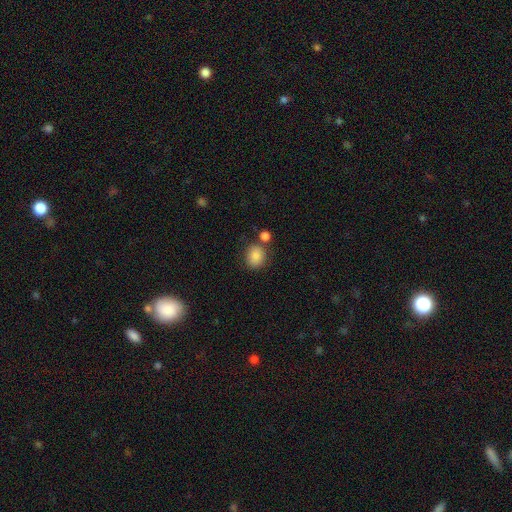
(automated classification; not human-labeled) A smooth galaxy with no disk features (85%) that is round (67%). Merging: none (70%).